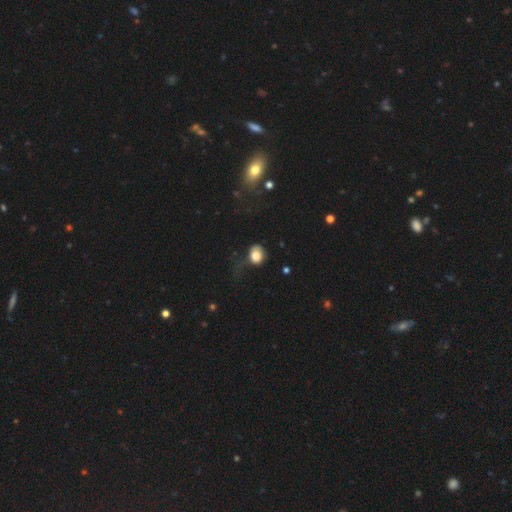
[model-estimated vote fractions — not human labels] Smooth or featured? smooth (78%)
How rounded? round (62%)
Merging? none (35%)